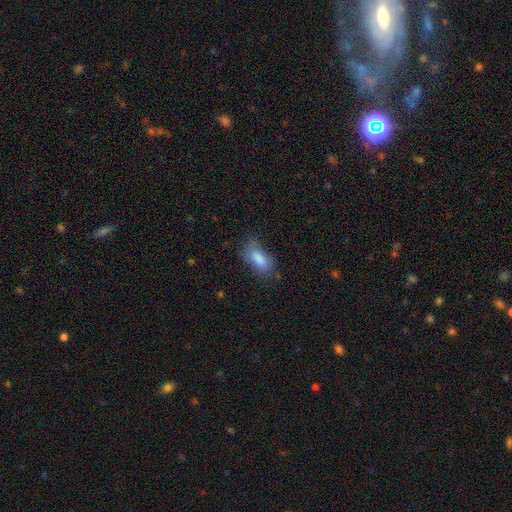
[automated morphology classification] smooth 77%, featured or disk 13%, star or artifact 10%. Down the decision tree: how rounded — in between (84%); merging — none (59%).